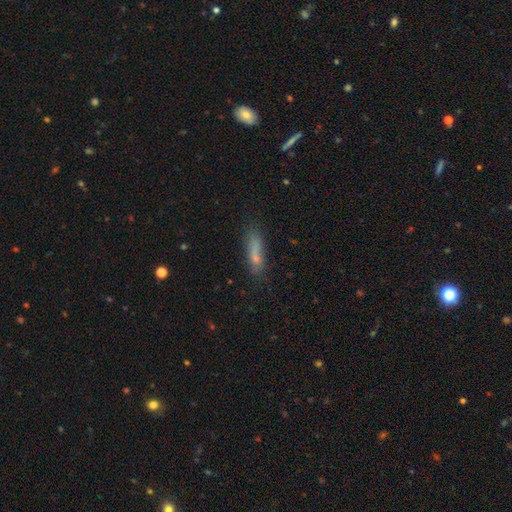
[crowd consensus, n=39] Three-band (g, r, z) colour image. It shows a smooth galaxy with no disk features (72%) that is cigar-shaped (75%). Merging: none (50%).